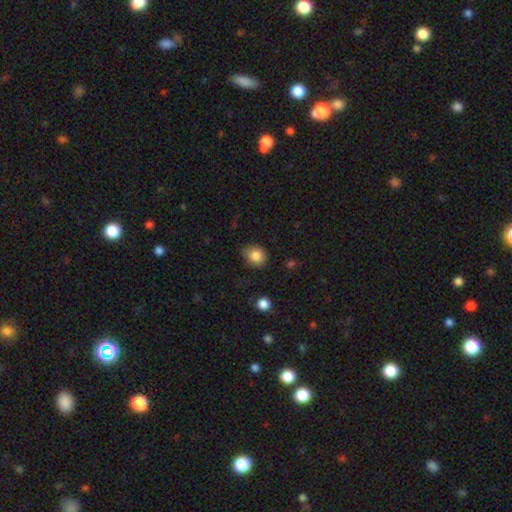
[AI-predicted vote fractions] The model was most divided on "how rounded": round: 64%, in between: 35%, cigar-shaped: 1%. More confident: smooth or featured — smooth (85%); merging — none (69%).